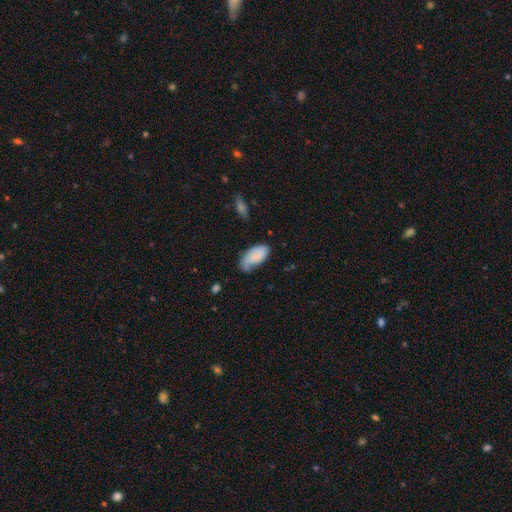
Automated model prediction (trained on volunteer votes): Smooth or featured: smooth — 74% (featured or disk — 19%)
How rounded: in between — 93% (cigar-shaped — 4%)
Merging: none — 56% (minor disturbance — 33%)